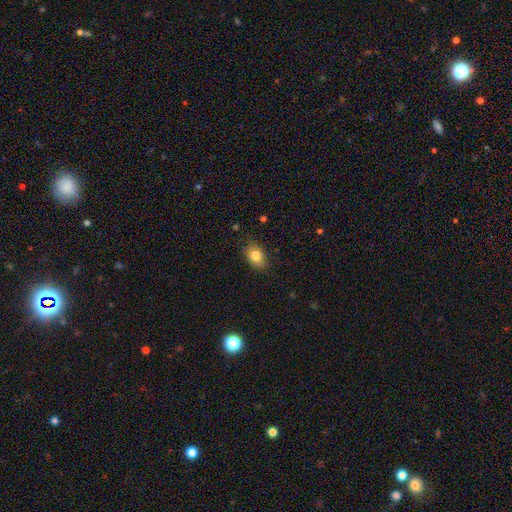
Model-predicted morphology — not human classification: A smooth galaxy with no disk features (82%) that is in between round and cigar-shaped (79%). Merging: none (82%).